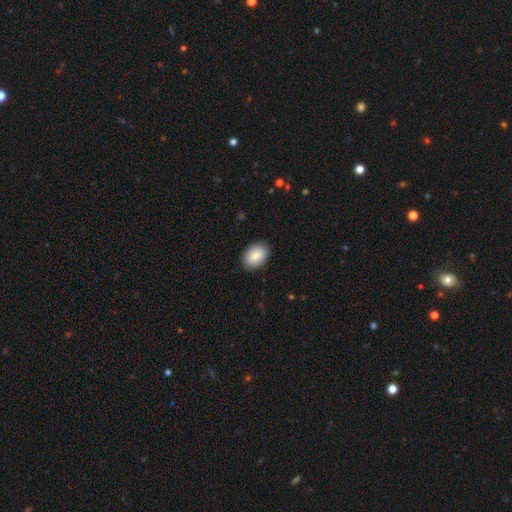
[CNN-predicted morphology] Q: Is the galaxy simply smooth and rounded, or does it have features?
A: smooth — 83%.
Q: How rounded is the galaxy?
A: in between — 81%.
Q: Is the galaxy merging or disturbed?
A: none — 88%.